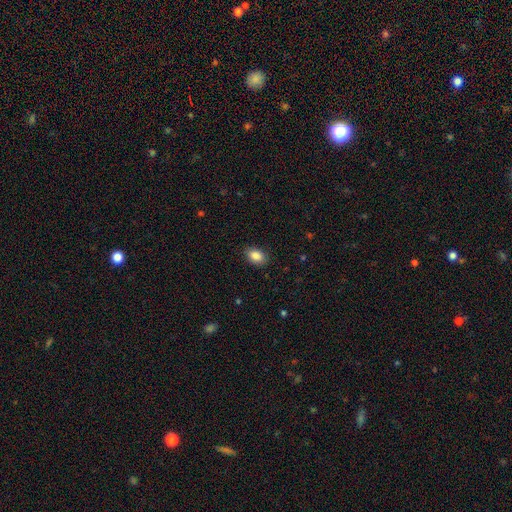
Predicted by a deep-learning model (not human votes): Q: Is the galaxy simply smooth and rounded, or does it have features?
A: smooth — 88%.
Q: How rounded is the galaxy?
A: in between — 86%.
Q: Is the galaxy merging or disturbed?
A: none — 87%.